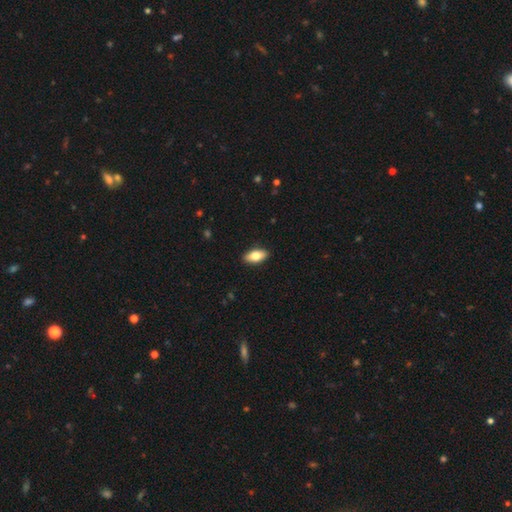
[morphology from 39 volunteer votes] smooth-or-featured: smooth: 77% | featured or disk: 21% | star or artifact: 3%
  how-rounded: in between: 90% | cigar-shaped: 10% | round: 0%
  merging: none: 97% | minor disturbance: 3% | major disturbance: 0% | merger: 0%